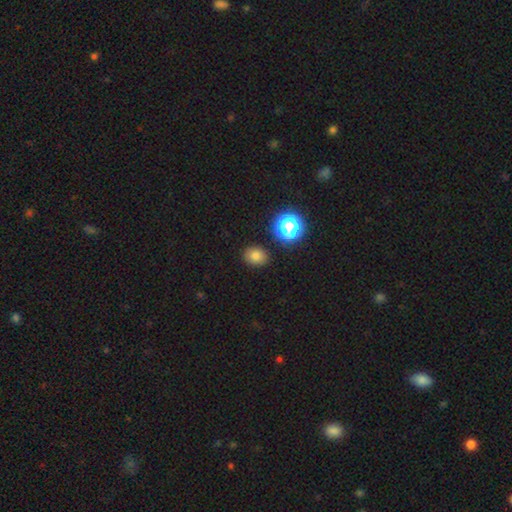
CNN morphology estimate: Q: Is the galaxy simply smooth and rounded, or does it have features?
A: smooth — 74%.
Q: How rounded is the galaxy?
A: round — 53%.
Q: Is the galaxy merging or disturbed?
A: none — 86%.